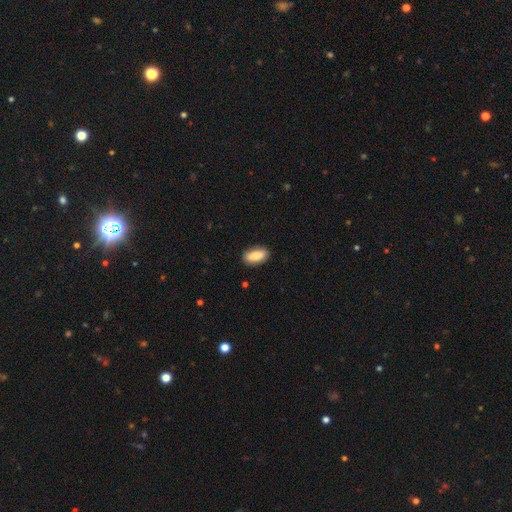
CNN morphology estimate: smooth 86%, featured or disk 8%, star or artifact 6%. Down the decision tree: how rounded — in between (91%); merging — none (87%).